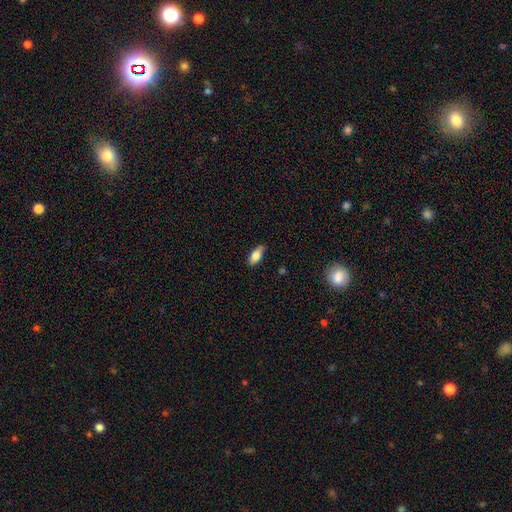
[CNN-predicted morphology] smooth 80%, featured or disk 13%, star or artifact 7%. Down the decision tree: how rounded — in between (84%); merging — none (82%).